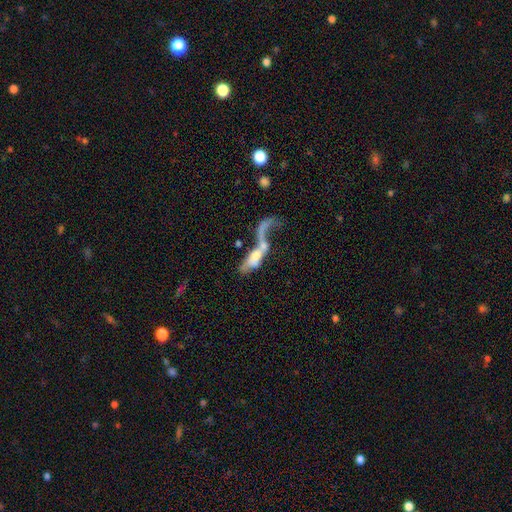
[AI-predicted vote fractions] smooth_or_featured: featured or disk (p=0.44) [alt: smooth p=0.36]
merging: merger (p=0.41) [alt: none p=0.33]